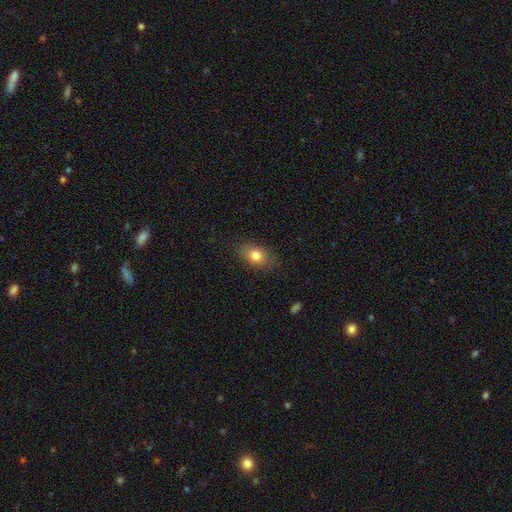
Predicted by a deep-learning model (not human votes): A smooth galaxy with no disk features (79%) that is in between round and cigar-shaped (81%).

Vote fractions:
- Smooth or featured? smooth: 79% / featured or disk: 12% / star or artifact: 9%
- How rounded? in between: 81% / round: 17% / cigar-shaped: 3%
- Merging? none: 84% / minor disturbance: 12% / major disturbance: 3% / merger: 1%